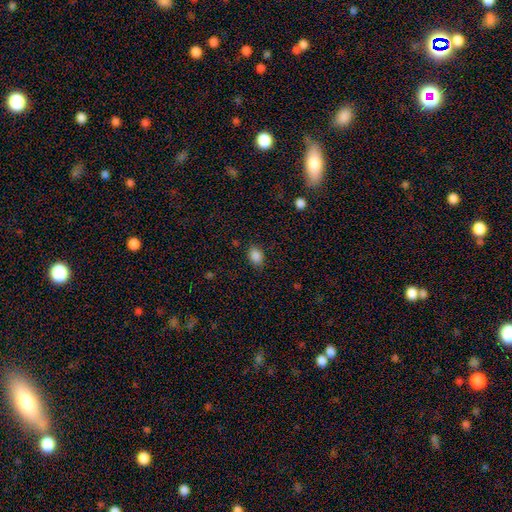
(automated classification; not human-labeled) Morphology: type=smooth (86%); roundness=in between (68%); merging=none (83%).